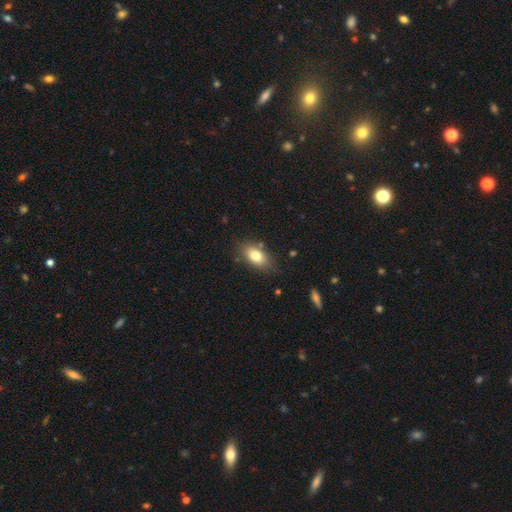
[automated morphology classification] A smooth galaxy with no disk features (80%) that is in between round and cigar-shaped (88%).

Vote fractions:
- Smooth or featured? smooth: 80% / featured or disk: 12% / star or artifact: 8%
- How rounded? in between: 88% / round: 8% / cigar-shaped: 4%
- Merging? none: 81% / minor disturbance: 13% / major disturbance: 3% / merger: 3%